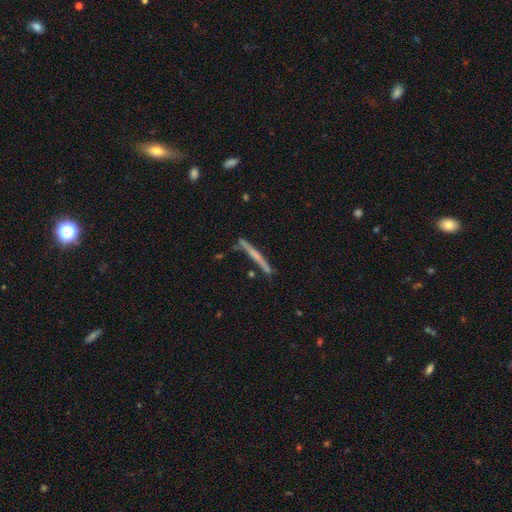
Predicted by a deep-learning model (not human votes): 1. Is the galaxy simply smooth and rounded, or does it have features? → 58% featured or disk, 35% smooth, 7% star or artifact.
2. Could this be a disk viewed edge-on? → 96% yes, 4% no.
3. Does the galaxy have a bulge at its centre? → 61% none, 31% rounded, 8% boxy.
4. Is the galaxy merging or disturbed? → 78% none, 14% minor disturbance, 5% merger, 3% major disturbance.